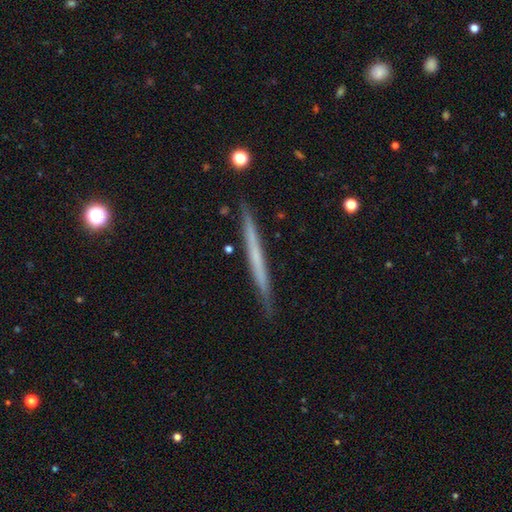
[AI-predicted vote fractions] A featured or disk galaxy (49%).

Vote fractions:
- Smooth or featured? featured or disk: 49% / smooth: 45% / star or artifact: 6%
- Merging? none: 90% / minor disturbance: 7% / major disturbance: 1% / merger: 1%